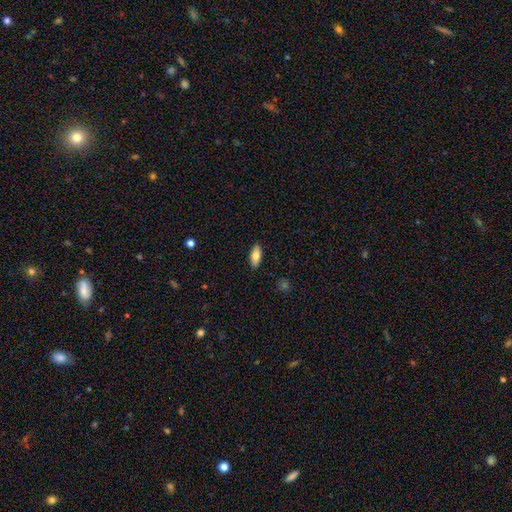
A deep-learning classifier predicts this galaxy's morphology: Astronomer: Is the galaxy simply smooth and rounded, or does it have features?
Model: smooth — 78%.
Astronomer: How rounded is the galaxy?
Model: in between — 83%.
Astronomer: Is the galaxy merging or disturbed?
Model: none — 89%.